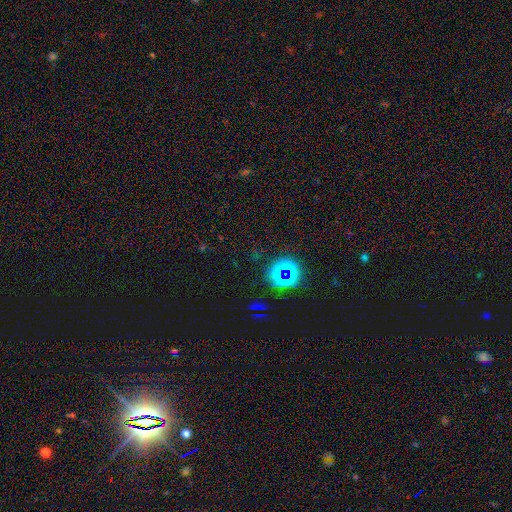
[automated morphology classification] Smooth or featured? star or artifact (69%)